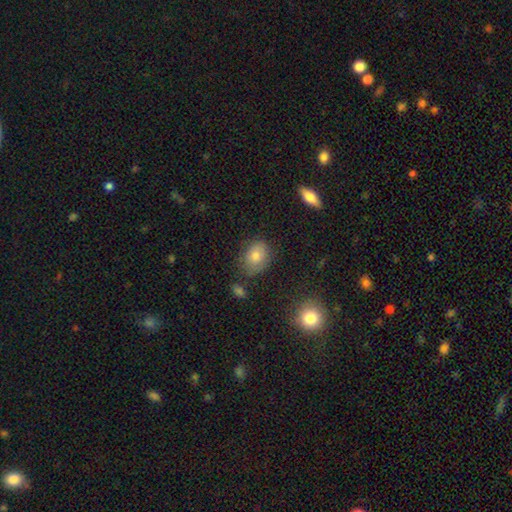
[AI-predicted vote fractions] This is likely a smooth galaxy (76%). How rounded: likely in between (69%). Merging: likely none (75%).